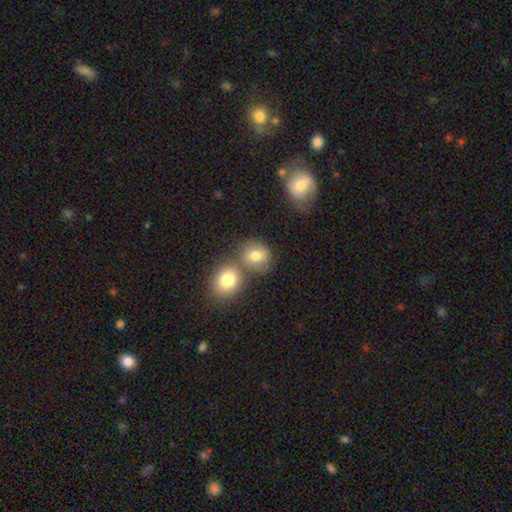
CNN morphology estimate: A smooth galaxy with no disk features (76%) that is round (69%).

Vote fractions:
- Smooth or featured? smooth: 76% / featured or disk: 13% / star or artifact: 11%
- How rounded? round: 69% / in between: 30% / cigar-shaped: 1%
- Merging? none: 51% / merger: 34% / minor disturbance: 11% / major disturbance: 4%